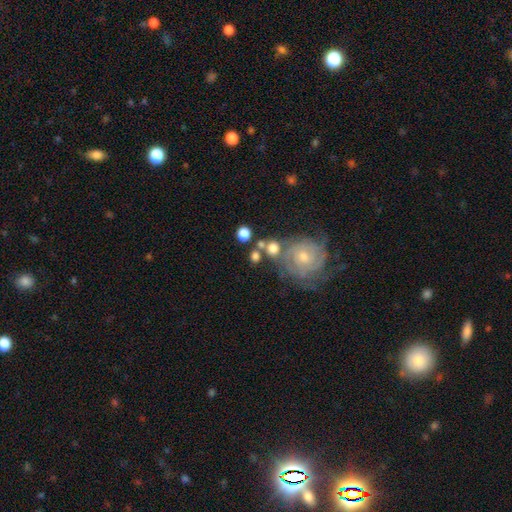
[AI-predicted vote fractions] Smooth or featured: smooth — 63% (featured or disk — 26%)
How rounded: round — 77% (in between — 21%)
Merging: none — 59% (merger — 21%)